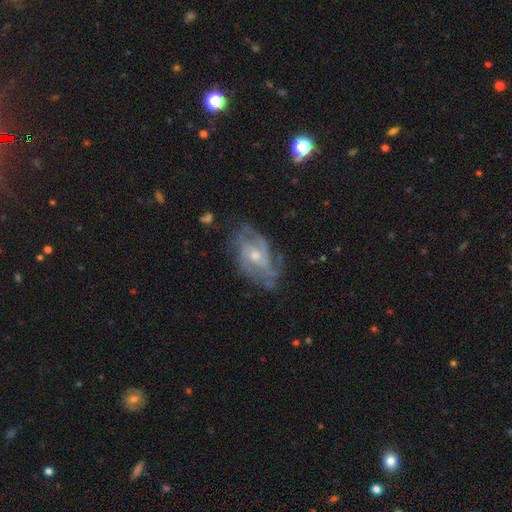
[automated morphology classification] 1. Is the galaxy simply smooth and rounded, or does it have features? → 86% featured or disk, 8% smooth, 6% star or artifact.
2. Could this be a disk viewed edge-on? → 96% no, 4% yes.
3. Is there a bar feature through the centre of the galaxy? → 63% no, 32% weak, 6% strong.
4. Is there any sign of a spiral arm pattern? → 94% yes, 6% no.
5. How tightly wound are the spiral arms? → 45% medium, 42% tight, 14% loose.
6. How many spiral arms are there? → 29% 2, 27% 3, 24% can't tell, 10% 4, 5% 1, 5% more than 4.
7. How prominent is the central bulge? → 53% moderate, 43% small, 2% large, 2% none, 1% dominant.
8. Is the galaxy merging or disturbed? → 65% none, 22% minor disturbance, 11% major disturbance, 2% merger.